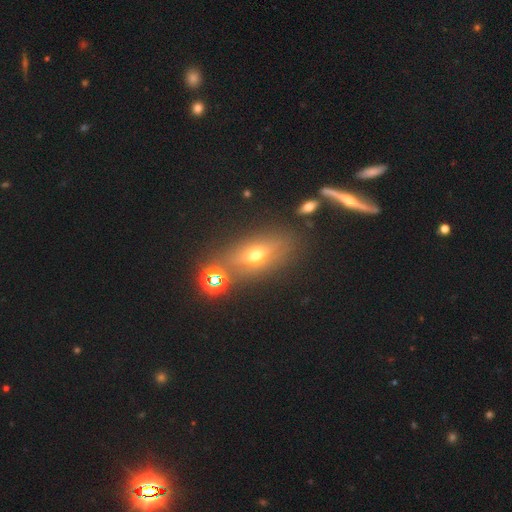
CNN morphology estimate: The model was most divided on "smooth or featured": smooth: 45%, featured or disk: 32%, star or artifact: 23%. More confident: merging — none (75%).